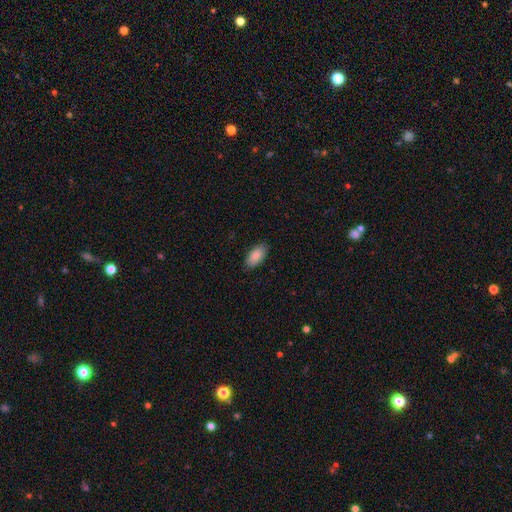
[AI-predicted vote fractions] Smooth or featured: smooth — 86% (featured or disk — 7%)
How rounded: in between — 94% (cigar-shaped — 4%)
Merging: none — 87% (minor disturbance — 10%)